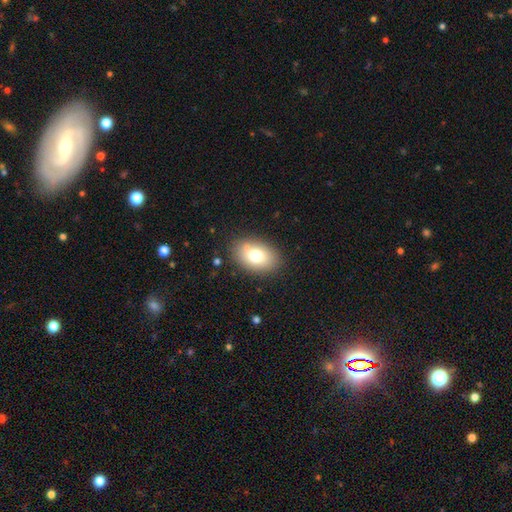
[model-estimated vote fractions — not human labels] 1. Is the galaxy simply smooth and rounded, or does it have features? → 75% smooth, 16% featured or disk, 9% star or artifact.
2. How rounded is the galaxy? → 85% in between, 14% round, 1% cigar-shaped.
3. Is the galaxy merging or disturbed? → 80% none, 12% minor disturbance, 4% merger, 3% major disturbance.